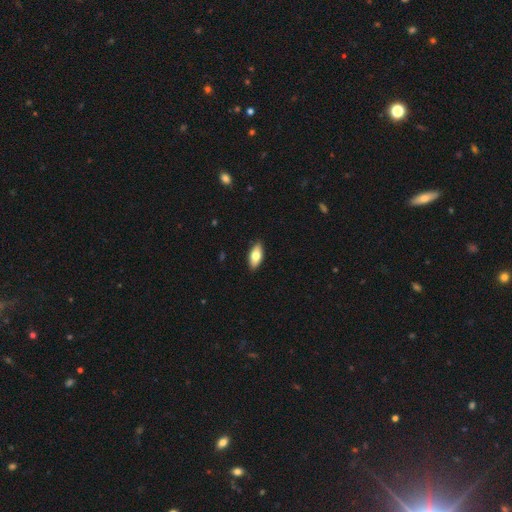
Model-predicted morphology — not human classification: smooth-or-featured: smooth: 74% | featured or disk: 20% | star or artifact: 6%
  how-rounded: in between: 86% | cigar-shaped: 11% | round: 3%
  merging: none: 89% | minor disturbance: 8% | major disturbance: 2% | merger: 1%